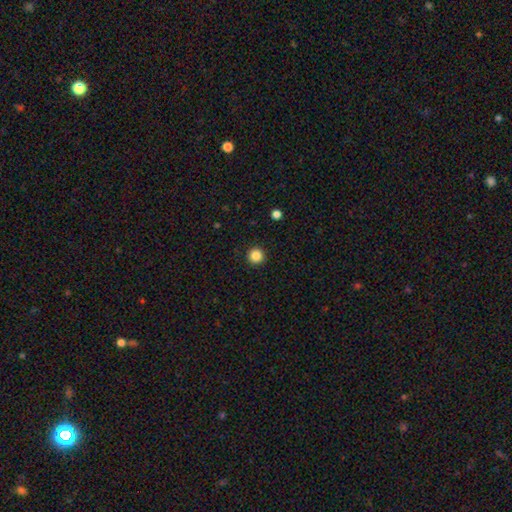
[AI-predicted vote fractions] Smooth or featured? Predicted: smooth (p=0.86). How rounded? Predicted: round (p=0.96). Merging? Predicted: none (p=0.93).